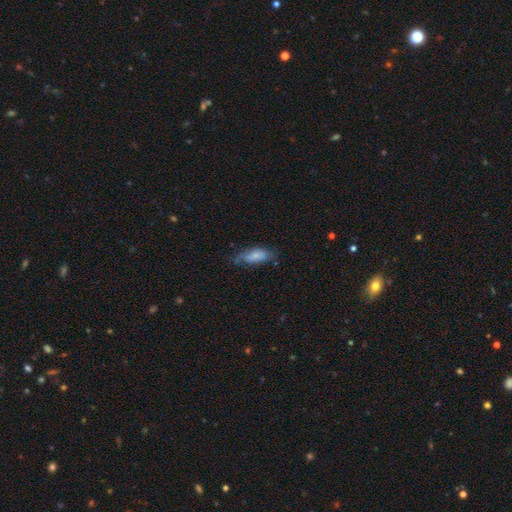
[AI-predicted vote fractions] smooth_or_featured: smooth (p=0.73) [alt: featured or disk p=0.20]
how_rounded: in between (p=0.81) [alt: cigar-shaped p=0.16]
merging: none (p=0.52) [alt: minor disturbance p=0.34]